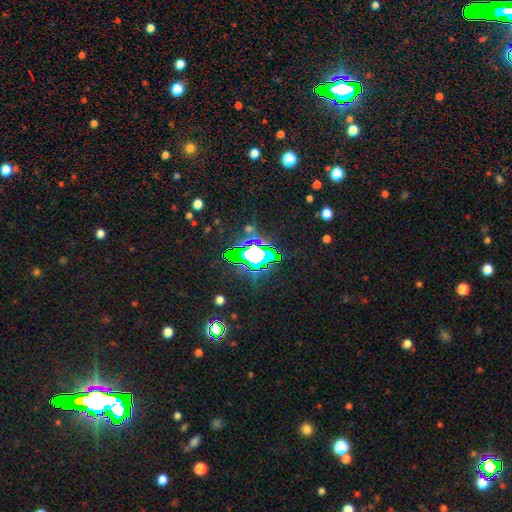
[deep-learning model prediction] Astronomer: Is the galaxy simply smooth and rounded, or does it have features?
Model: star or artifact — 71%.